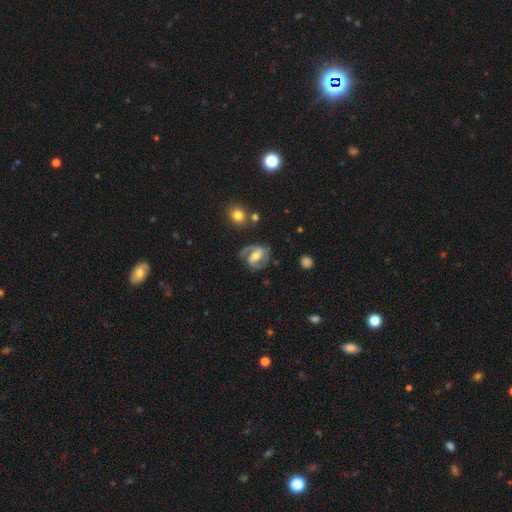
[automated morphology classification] Smooth or featured?
  - featured or disk: 83% *
  - smooth: 11%
  - star or artifact: 6%
Edge-on disk?
  - no: 97% *
  - yes: 3%
Bar?
  - strong: 43% *
  - weak: 39%
  - no: 18%
Spiral arms?
  - yes: 94% *
  - no: 6%
Spiral winding?
  - medium: 54% *
  - tight: 28%
  - loose: 19%
Spiral arm count?
  - 2: 88% *
  - can't tell: 4%
  - 1: 3%
  - 3: 2%
  - 4: 1%
  - more than 4: 1%
Bulge size?
  - moderate: 62% *
  - small: 30%
  - large: 5%
  - none: 2%
  - dominant: 1%
Merging?
  - none: 74% *
  - minor disturbance: 16%
  - major disturbance: 7%
  - merger: 3%